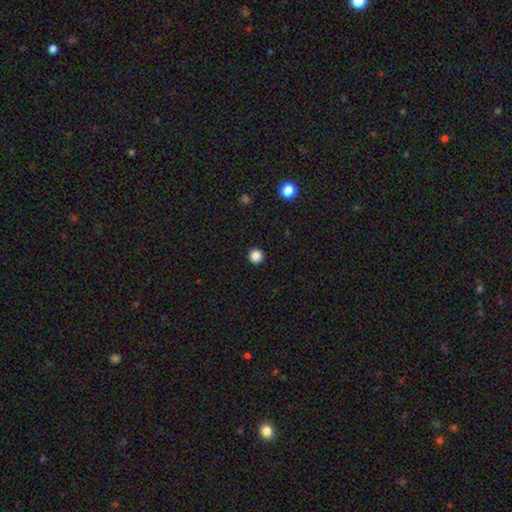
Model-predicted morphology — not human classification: Q: Smooth or featured?
A: smooth (86%); runner-up: star or artifact (11%)
Q: How rounded?
A: round (96%); runner-up: in between (3%)
Q: Merging?
A: none (94%); runner-up: minor disturbance (4%)